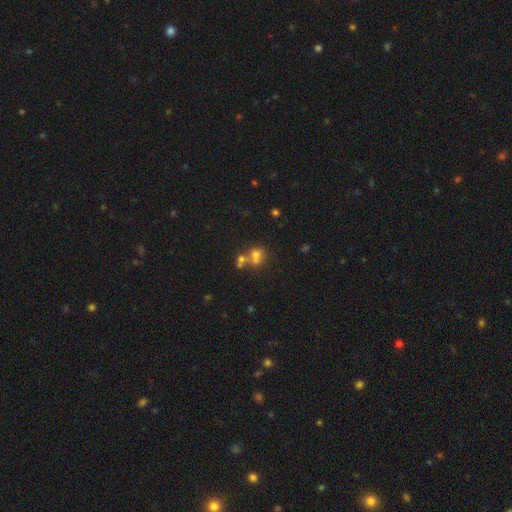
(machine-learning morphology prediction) A smooth galaxy with no disk features (60%) that is round (65%). Merging: merger (49%).